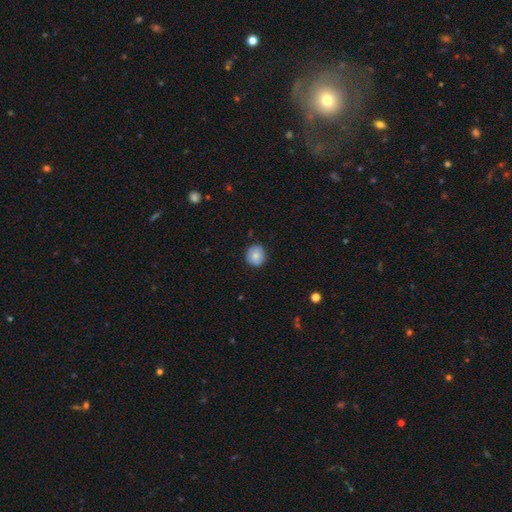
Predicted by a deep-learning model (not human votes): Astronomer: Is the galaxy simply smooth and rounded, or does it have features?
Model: smooth — 79%.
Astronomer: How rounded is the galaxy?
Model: round — 91%.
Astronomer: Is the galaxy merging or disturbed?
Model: none — 88%.